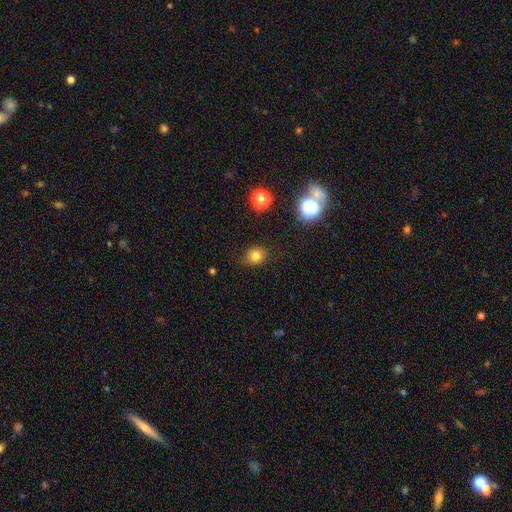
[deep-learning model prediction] Morphology: type=smooth (77%); roundness=round (68%); merging=none (83%).